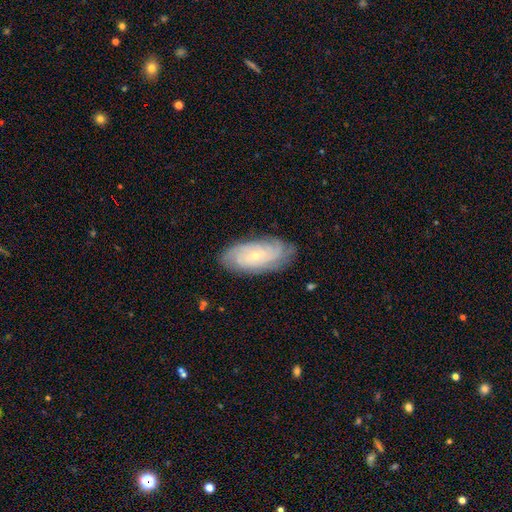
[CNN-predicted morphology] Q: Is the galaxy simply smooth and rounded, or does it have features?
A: featured or disk — 81%.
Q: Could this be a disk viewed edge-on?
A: no — 94%.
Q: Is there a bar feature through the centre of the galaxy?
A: no — 60%.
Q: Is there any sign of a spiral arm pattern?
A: yes — 96%.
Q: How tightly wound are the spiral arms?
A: tight — 72%.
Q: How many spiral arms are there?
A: can't tell — 32%.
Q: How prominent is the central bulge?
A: small — 78%.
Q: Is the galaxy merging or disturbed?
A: none — 82%.